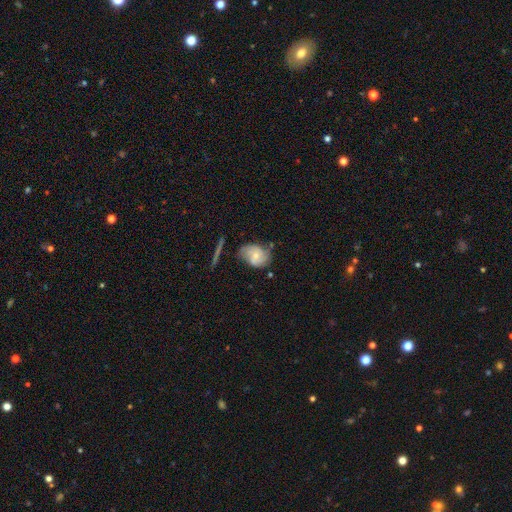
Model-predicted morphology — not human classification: Q: Smooth or featured?
A: featured or disk (51%); runner-up: smooth (41%)
Q: Edge-on disk?
A: no (95%); runner-up: yes (5%)
Q: Merging?
A: none (57%); runner-up: minor disturbance (26%)